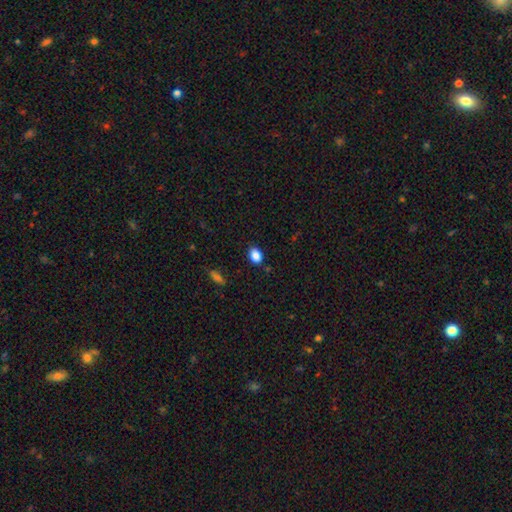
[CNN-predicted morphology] type=smooth (87%); roundness=in between (77%); merging=none (86%).